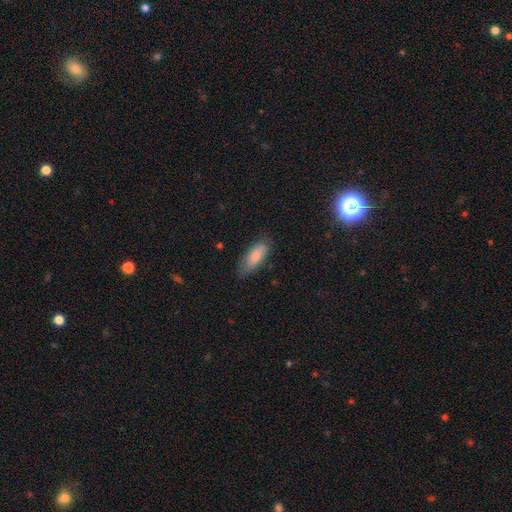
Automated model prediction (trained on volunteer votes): Smooth or featured?
  - smooth: 82% *
  - featured or disk: 12%
  - star or artifact: 6%
How rounded?
  - in between: 73% *
  - cigar-shaped: 25%
  - round: 2%
Merging?
  - none: 74% *
  - minor disturbance: 20%
  - major disturbance: 4%
  - merger: 1%